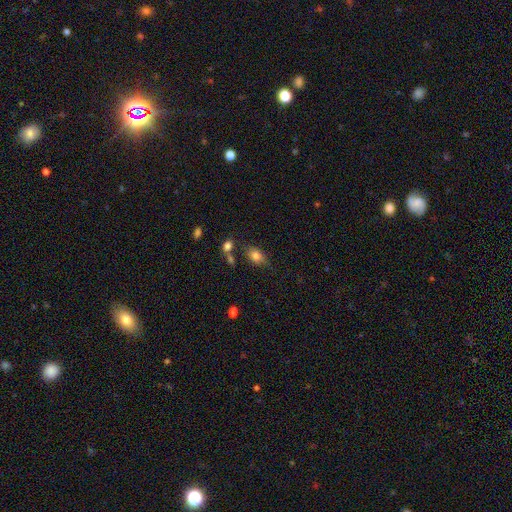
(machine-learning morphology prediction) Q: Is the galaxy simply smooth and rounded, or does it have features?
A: smooth — 81%.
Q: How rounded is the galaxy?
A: in between — 79%.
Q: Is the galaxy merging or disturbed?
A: none — 66%.